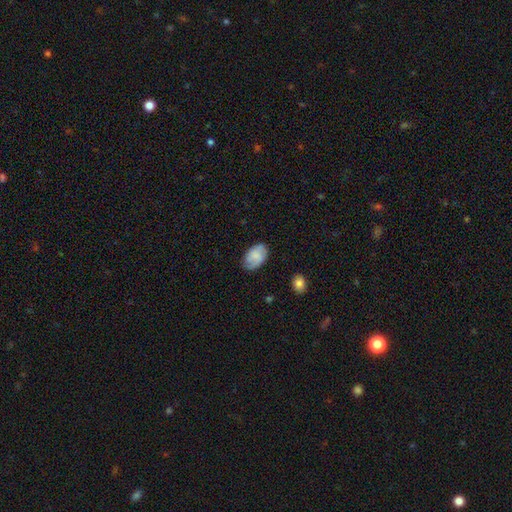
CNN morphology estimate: Smooth or featured: smooth — 71% (featured or disk — 22%)
How rounded: in between — 90% (round — 9%)
Merging: none — 76% (minor disturbance — 19%)